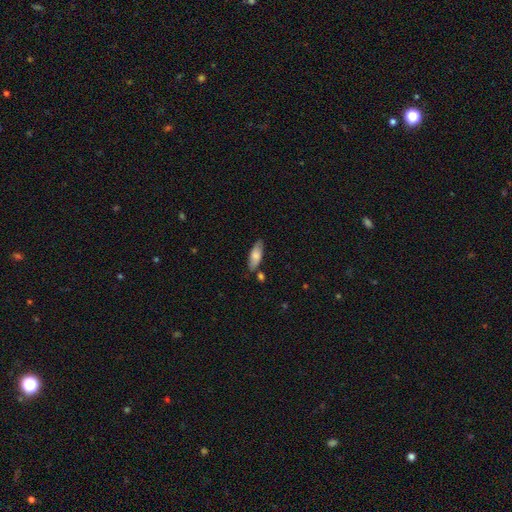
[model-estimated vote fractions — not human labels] Smooth or featured: smooth — 72% (featured or disk — 22%)
How rounded: in between — 66% (cigar-shaped — 32%)
Merging: none — 78% (minor disturbance — 15%)